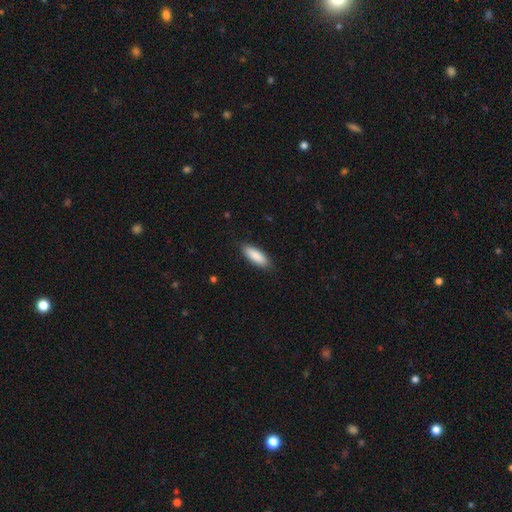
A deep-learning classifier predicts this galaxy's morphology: type=smooth (88%); roundness=in between (58%); merging=none (87%).